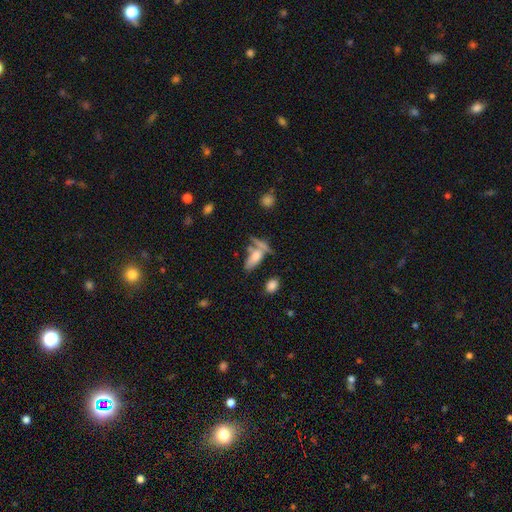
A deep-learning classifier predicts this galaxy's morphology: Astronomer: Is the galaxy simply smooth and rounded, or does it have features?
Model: smooth — 67%.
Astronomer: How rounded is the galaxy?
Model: in between — 72%.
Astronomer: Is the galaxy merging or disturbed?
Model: none — 45% (runner-up: merger, 33%).